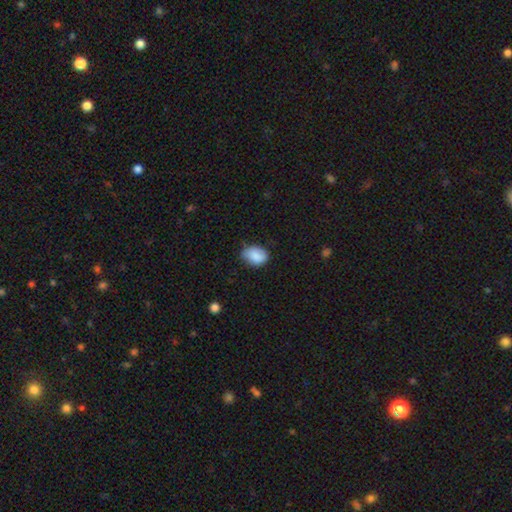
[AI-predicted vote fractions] This is clearly a smooth galaxy (84%). How rounded: likely in between (69%). Merging: possibly none (58%).